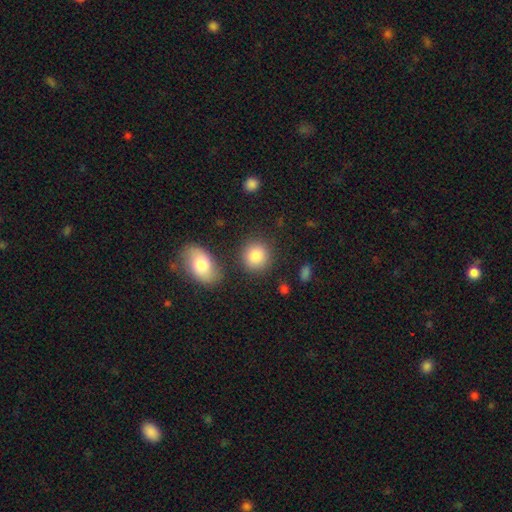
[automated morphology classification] type=smooth (86%); roundness=round (84%); merging=none (81%).